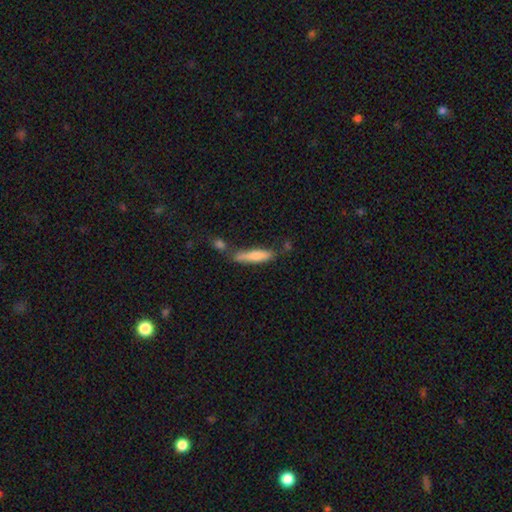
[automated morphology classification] Smooth or featured?
  - smooth: 75% *
  - featured or disk: 19%
  - star or artifact: 6%
How rounded?
  - cigar-shaped: 83% *
  - in between: 16%
  - round: 2%
Merging?
  - none: 61% *
  - minor disturbance: 20%
  - merger: 13%
  - major disturbance: 6%